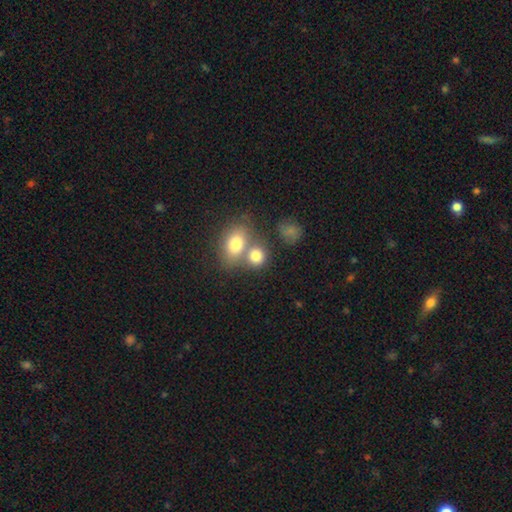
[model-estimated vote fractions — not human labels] smooth-or-featured: smooth: 79% | featured or disk: 11% | star or artifact: 10%
  how-rounded: round: 55% | in between: 44% | cigar-shaped: 1%
  merging: merger: 49% | none: 38% | minor disturbance: 8% | major disturbance: 4%